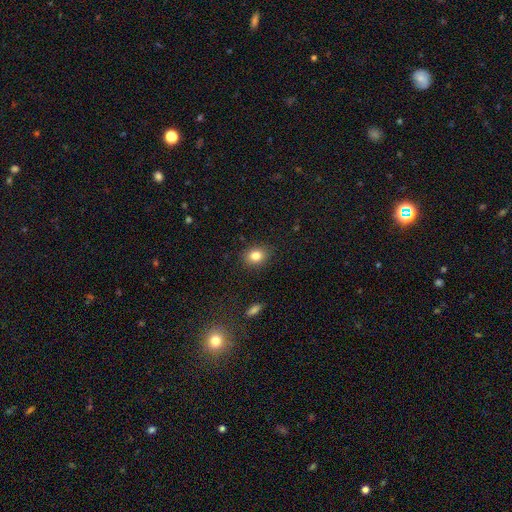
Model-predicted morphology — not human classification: The model was most divided on "how rounded": round: 54%, in between: 45%, cigar-shaped: 1%. More confident: merging — none (88%); smooth or featured — smooth (82%).